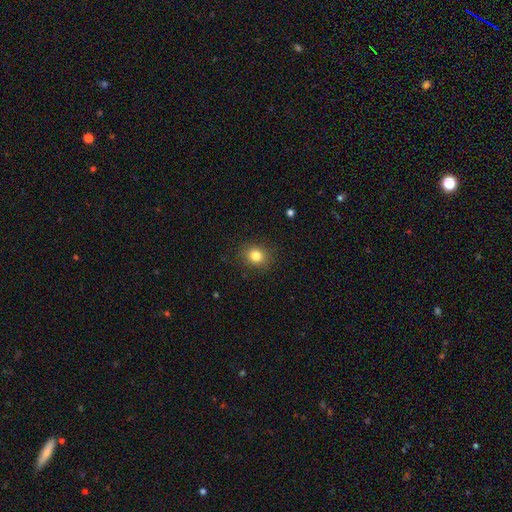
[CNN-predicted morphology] Smooth or featured? Predicted: smooth (p=0.82). How rounded? Predicted: round (p=0.66). Merging? Predicted: none (p=0.89).